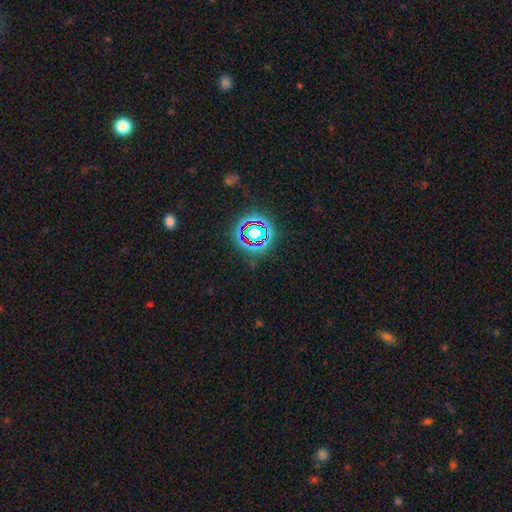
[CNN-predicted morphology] Q: Smooth or featured?
A: star or artifact (62%); runner-up: smooth (25%)